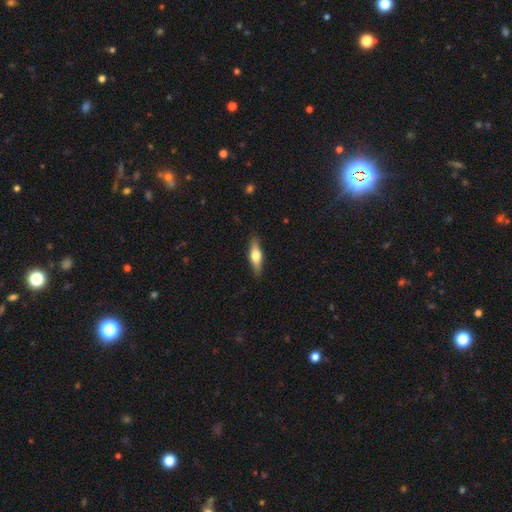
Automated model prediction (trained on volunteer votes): Smooth or featured: smooth — 47% (tied with featured or disk — 47%)
Merging: none — 88% (minor disturbance — 9%)